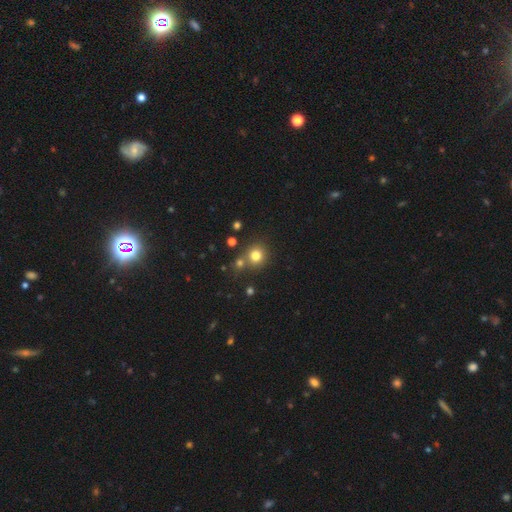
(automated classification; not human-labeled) This appears to be a smooth galaxy with no disk features (78%) that is round (89%). Merging: none (70%).